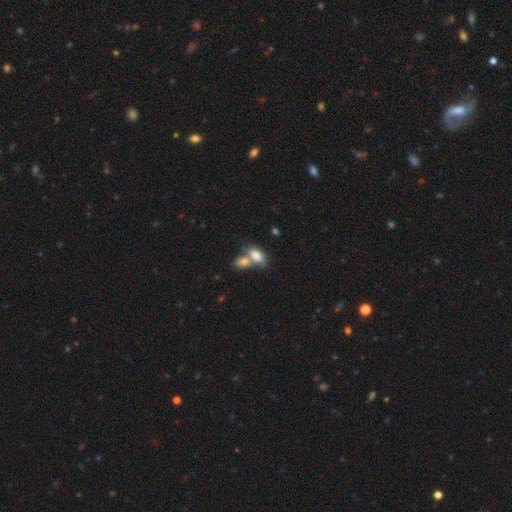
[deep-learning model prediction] Smooth or featured? Predicted: smooth (p=0.82). How rounded? Predicted: in between (p=0.90). Merging? Predicted: merger (p=0.60).